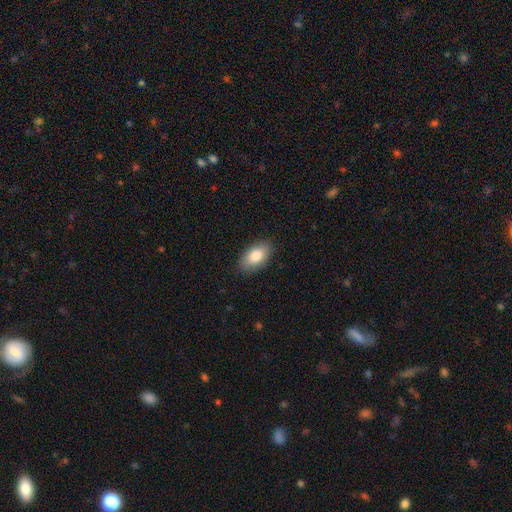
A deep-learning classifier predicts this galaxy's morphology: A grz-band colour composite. It shows a smooth galaxy with no disk features (83%) that is in between round and cigar-shaped (93%). Merging: none (87%).